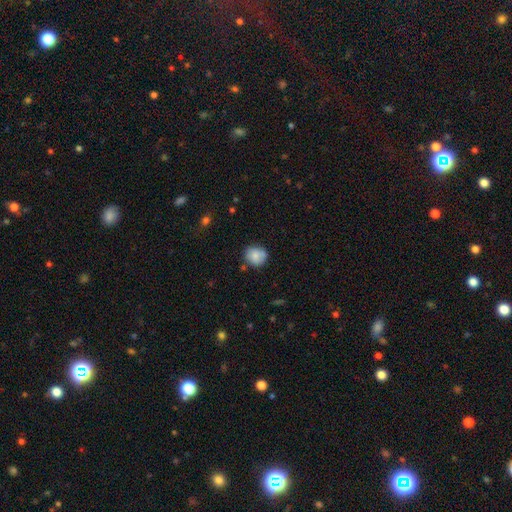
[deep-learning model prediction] This appears to be a smooth galaxy with no disk features (76%) that is round (78%). Merging: none (67%).